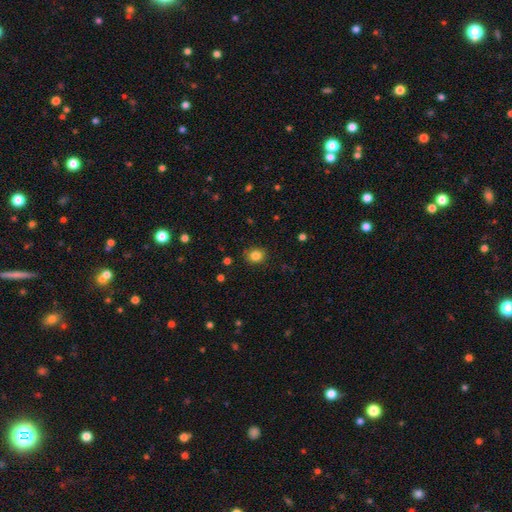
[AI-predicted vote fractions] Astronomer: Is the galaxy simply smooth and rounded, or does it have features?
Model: smooth — 84%.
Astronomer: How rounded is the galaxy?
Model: round — 65%.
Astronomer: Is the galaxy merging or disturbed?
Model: none — 87%.